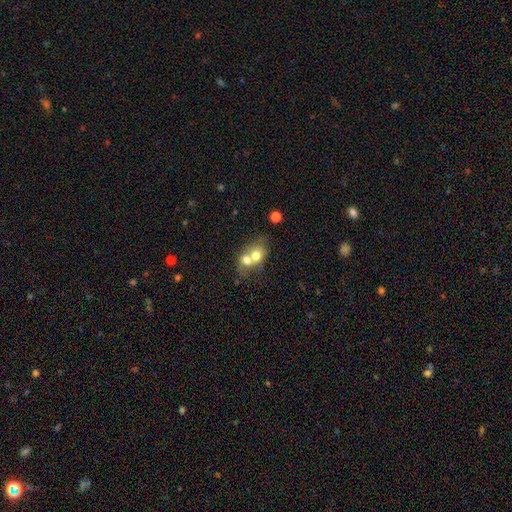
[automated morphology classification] A smooth galaxy with no disk features (66%) that is in between round and cigar-shaped (51%). Merging: merger (68%).